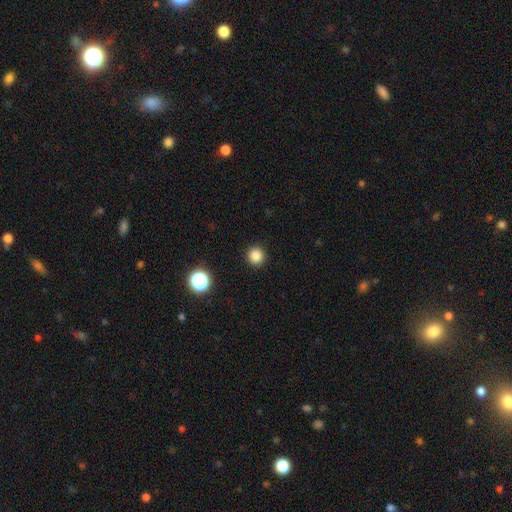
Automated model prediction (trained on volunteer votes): smooth_or_featured: smooth (p=0.84) [alt: star or artifact p=0.13]
how_rounded: round (p=0.94) [alt: in between p=0.05]
merging: none (p=0.92) [alt: minor disturbance p=0.05]